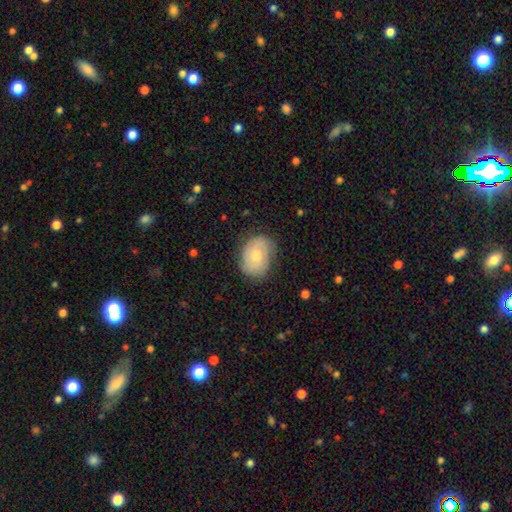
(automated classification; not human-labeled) Smooth or featured? smooth (64%)
How rounded? in between (64%)
Merging? none (71%)